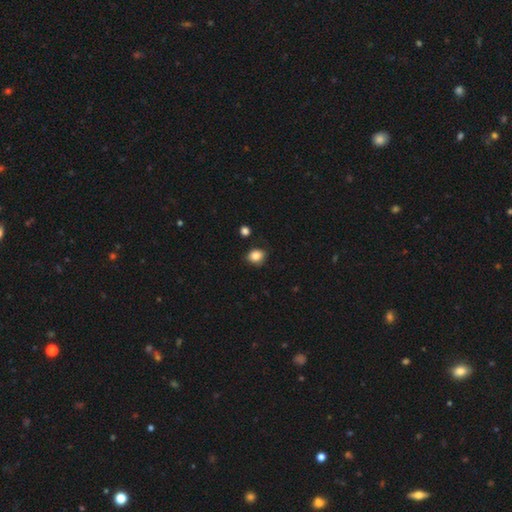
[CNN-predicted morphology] Smooth or featured: smooth — 84% (star or artifact — 10%)
How rounded: round — 61% (in between — 38%)
Merging: none — 80% (minor disturbance — 15%)